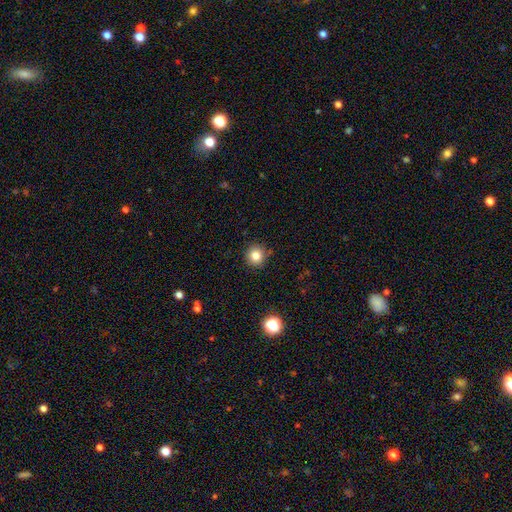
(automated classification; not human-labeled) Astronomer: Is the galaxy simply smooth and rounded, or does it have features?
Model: smooth — 82%.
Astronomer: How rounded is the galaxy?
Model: round — 94%.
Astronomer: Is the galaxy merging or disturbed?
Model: none — 89%.